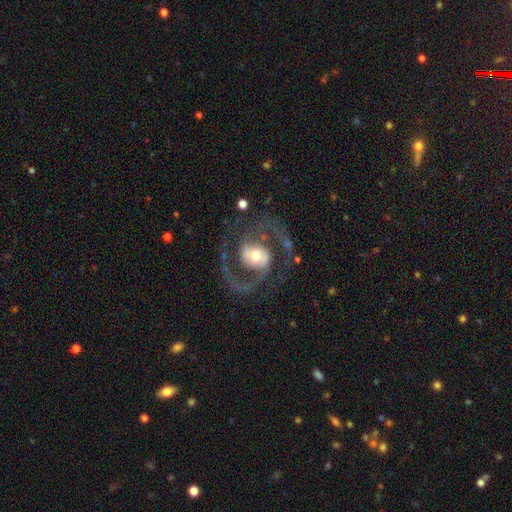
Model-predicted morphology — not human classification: Overall: featured or disk (86%). Edge-on disk: no (98%). Bar: no (51%; weak 33%). Spiral arms: yes (93%). Spiral arm count: 2 (90%). Spiral winding: medium (58%; loose 27%). Bulge size: moderate (63%). Merging: none (71%).